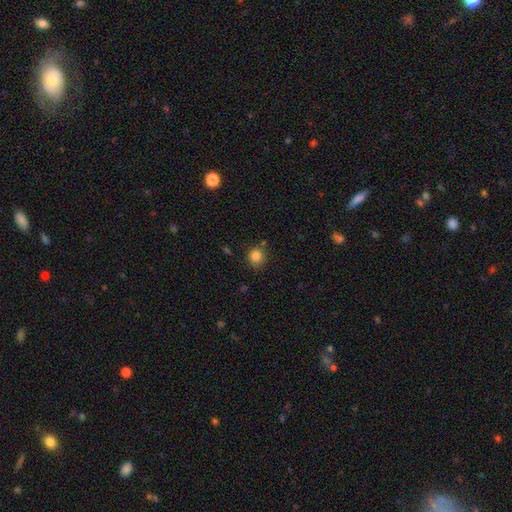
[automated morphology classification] type=smooth (84%); roundness=round (84%); merging=none (76%).